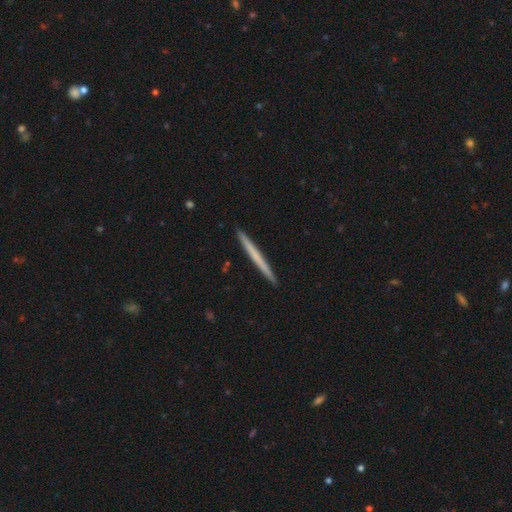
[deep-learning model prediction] Smooth or featured?
  - smooth: 55% *
  - featured or disk: 40%
  - star or artifact: 5%
How rounded?
  - cigar-shaped: 98% *
  - in between: 1%
  - round: 1%
Merging?
  - none: 93% *
  - minor disturbance: 5%
  - major disturbance: 1%
  - merger: 1%